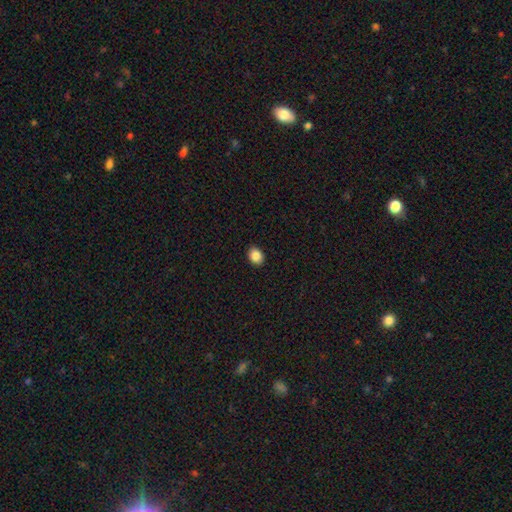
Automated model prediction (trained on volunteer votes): Smooth or featured? smooth (87%)
How rounded? in between (56%)
Merging? none (90%)